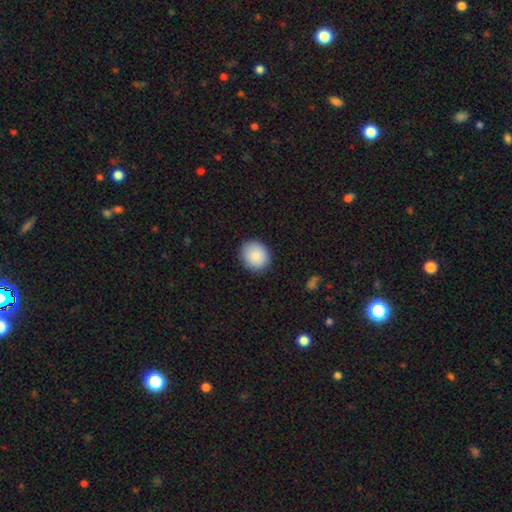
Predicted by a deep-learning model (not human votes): Smooth or featured: smooth — 88% (star or artifact — 7%)
How rounded: round — 77% (in between — 23%)
Merging: none — 89% (minor disturbance — 8%)